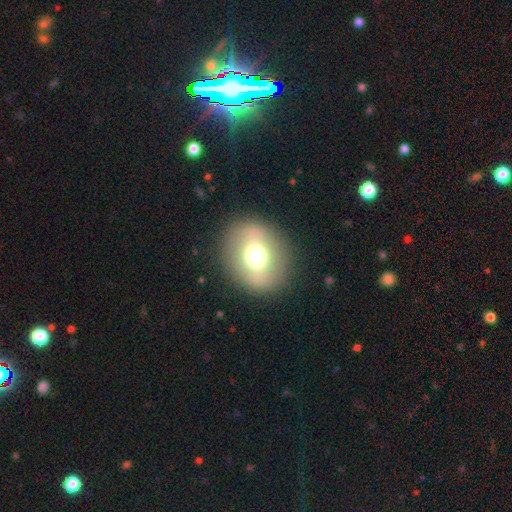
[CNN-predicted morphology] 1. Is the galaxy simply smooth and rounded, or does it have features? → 60% smooth, 26% featured or disk, 14% star or artifact.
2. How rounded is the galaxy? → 66% round, 33% in between, 1% cigar-shaped.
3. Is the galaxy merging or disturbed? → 87% none, 8% minor disturbance, 4% major disturbance, 1% merger.